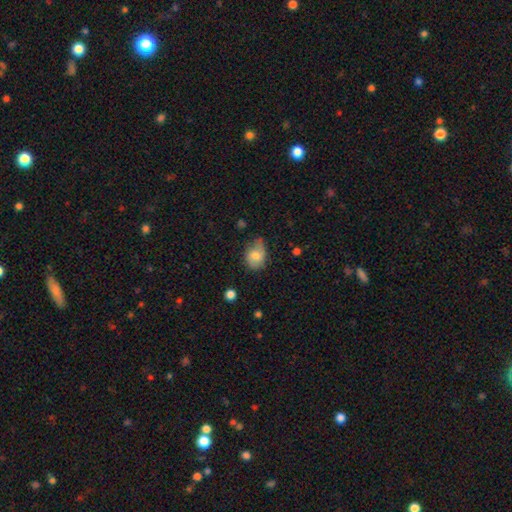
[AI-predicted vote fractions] smooth_or_featured: smooth (p=0.69) [alt: featured or disk p=0.22]
how_rounded: in between (p=0.59) [alt: round p=0.40]
merging: none (p=0.45) [alt: minor disturbance p=0.39]